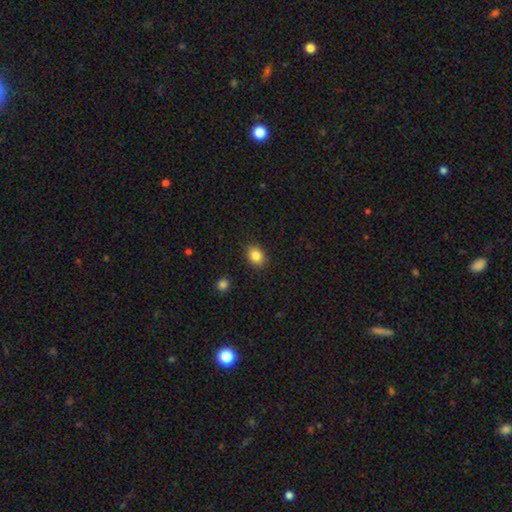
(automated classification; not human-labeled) A smooth galaxy with no disk features (85%) that is in between round and cigar-shaped (61%).

Vote fractions:
- Smooth or featured? smooth: 85% / star or artifact: 9% / featured or disk: 6%
- How rounded? in between: 61% / round: 38% / cigar-shaped: 1%
- Merging? none: 88% / minor disturbance: 9% / major disturbance: 2% / merger: 1%